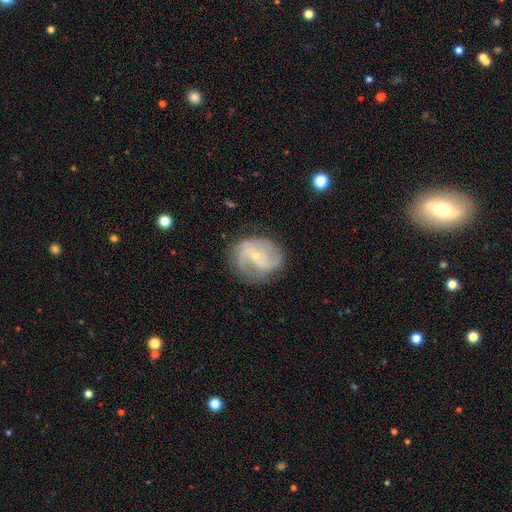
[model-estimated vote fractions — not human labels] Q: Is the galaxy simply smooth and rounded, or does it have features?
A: featured or disk — 82%.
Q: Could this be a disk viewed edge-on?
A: no — 98%.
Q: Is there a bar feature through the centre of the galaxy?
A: no — 54%.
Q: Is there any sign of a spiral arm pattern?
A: yes — 93%.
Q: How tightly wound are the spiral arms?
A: medium — 48%.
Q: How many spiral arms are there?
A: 2 — 51%.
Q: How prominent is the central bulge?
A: small — 77%.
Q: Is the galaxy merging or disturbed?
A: none — 70%.